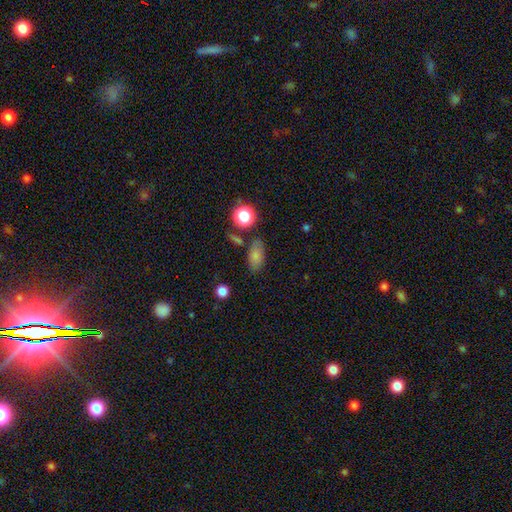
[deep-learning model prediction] Q: Smooth or featured?
A: smooth (78%); runner-up: star or artifact (12%)
Q: How rounded?
A: in between (86%); runner-up: round (10%)
Q: Merging?
A: none (73%); runner-up: minor disturbance (15%)